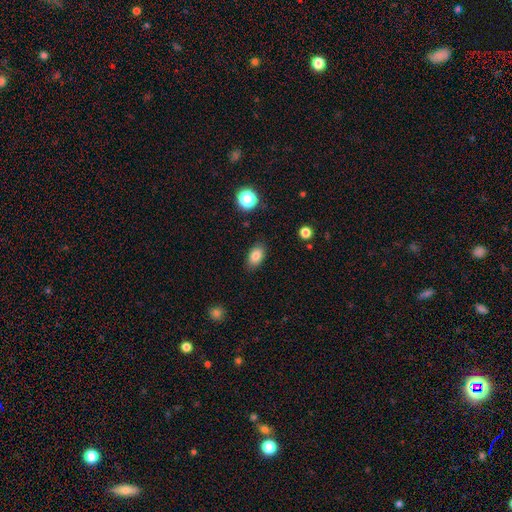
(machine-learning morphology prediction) The model was most divided on "smooth or featured": smooth: 83%, star or artifact: 9%, featured or disk: 8%. More confident: how rounded — in between (88%); merging — none (85%).